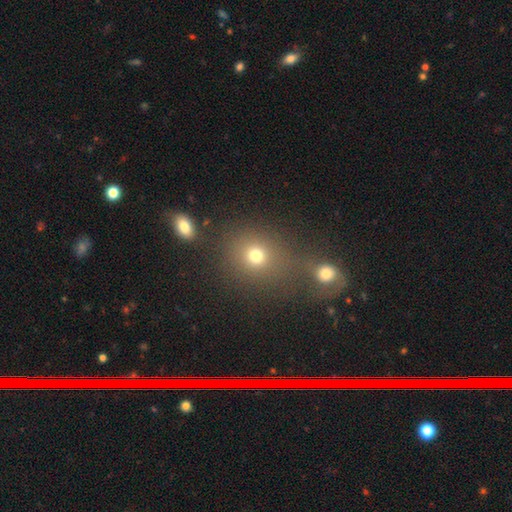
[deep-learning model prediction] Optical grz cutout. It shows a smooth galaxy with no disk features (73%) that is round (76%). Merging: none (59%).